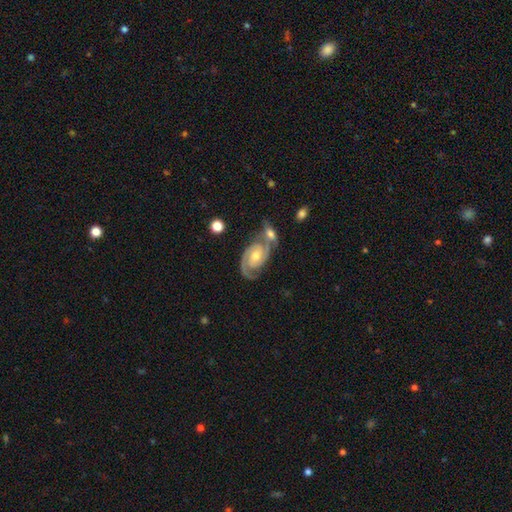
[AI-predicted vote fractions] This is clearly a featured or disk galaxy (90%). It is clearly not viewed edge-on (97%). Bar: likely no (65%). Spiral arm pattern: clearly yes (98%). Spiral arm count: clearly 2 (88%). Spiral winding: possibly tight (59%). Central bulge: possibly moderate (59%). Merging: possibly none (52%).